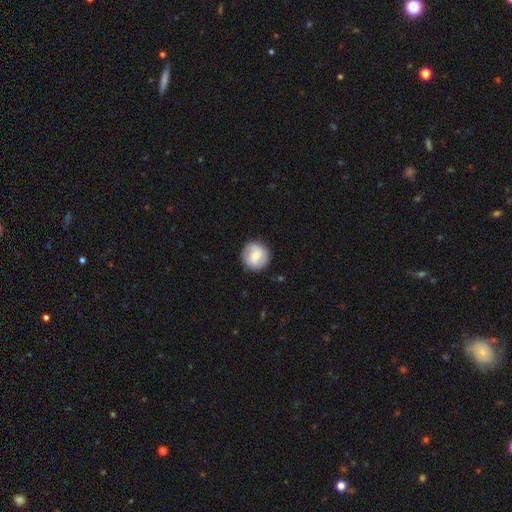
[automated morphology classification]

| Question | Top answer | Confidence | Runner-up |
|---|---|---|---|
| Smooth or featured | smooth | 68% | featured or disk (26%) |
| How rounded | round | 94% | in between (5%) |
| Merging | none | 89% | minor disturbance (8%) |